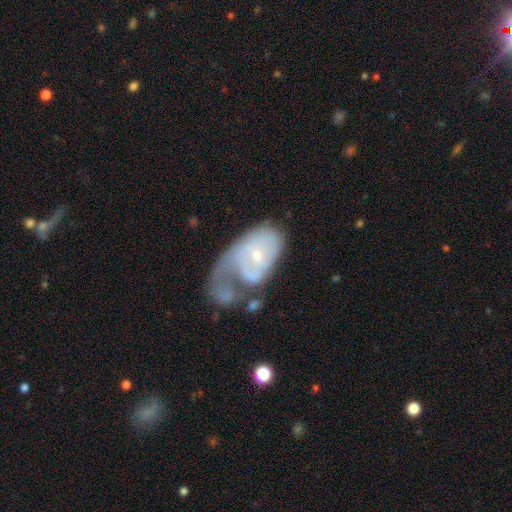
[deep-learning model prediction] A featured or disk galaxy (67%) with no bar (66%), spiral arms (70%) and a small central bulge (67%).

Vote fractions:
- Smooth or featured? featured or disk: 67% / smooth: 26% / star or artifact: 7%
- Edge-on disk? no: 96% / yes: 4%
- Bar? no: 66% / weak: 29% / strong: 5%
- Spiral arms? yes: 70% / no: 30%
- Bulge size? small: 67% / moderate: 28% / none: 2% / large: 2% / dominant: 1%
- Merging? major disturbance: 43% / merger: 28% / none: 15% / minor disturbance: 14%